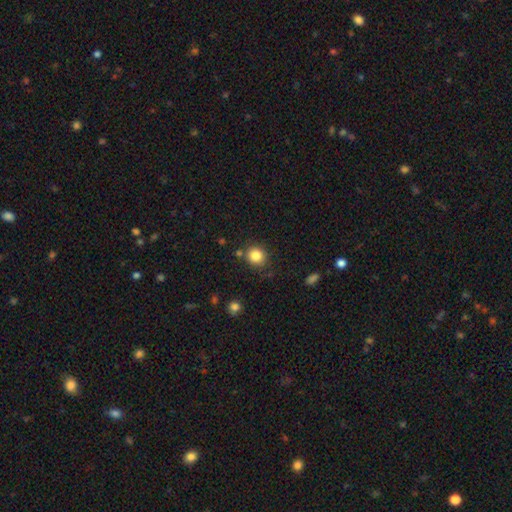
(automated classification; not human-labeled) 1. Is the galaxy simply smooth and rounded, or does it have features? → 84% smooth, 11% star or artifact, 5% featured or disk.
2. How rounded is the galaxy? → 86% round, 13% in between, 1% cigar-shaped.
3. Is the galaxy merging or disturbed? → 81% none, 10% minor disturbance, 6% merger, 3% major disturbance.